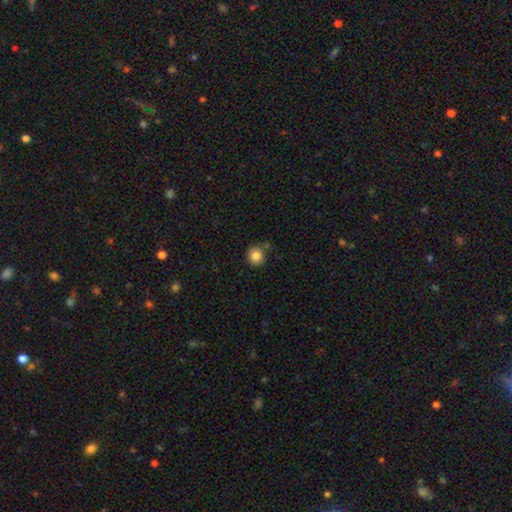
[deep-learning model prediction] Smooth or featured? smooth (84%)
How rounded? round (89%)
Merging? none (74%)